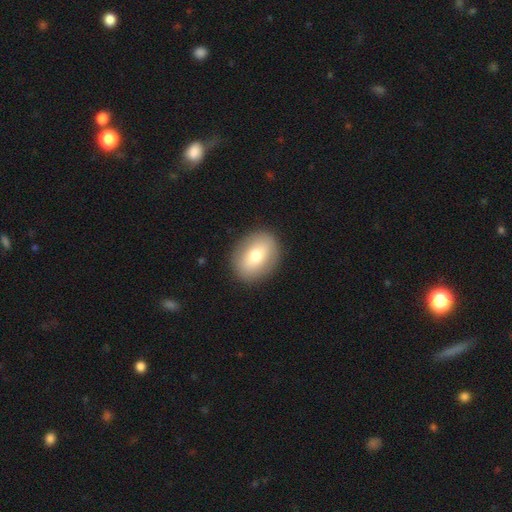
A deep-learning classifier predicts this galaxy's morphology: Q: Smooth or featured?
A: smooth (68%); runner-up: featured or disk (25%)
Q: How rounded?
A: in between (61%); runner-up: round (37%)
Q: Merging?
A: none (89%); runner-up: minor disturbance (8%)